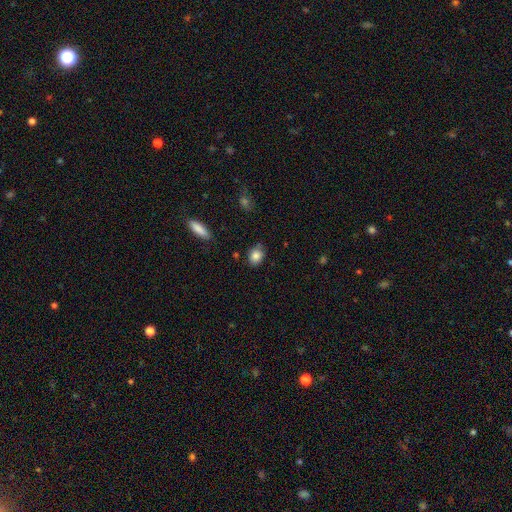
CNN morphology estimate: Overall: smooth (85%). How rounded: in between (55%; round 43%). Merging: none (76%).